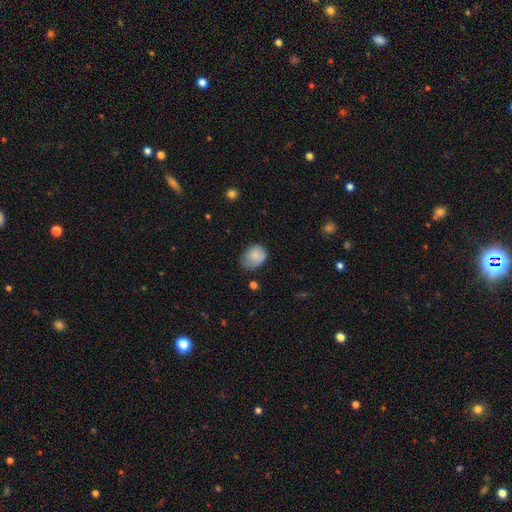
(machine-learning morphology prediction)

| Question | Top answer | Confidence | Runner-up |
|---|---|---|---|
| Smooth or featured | smooth | 83% | featured or disk (8%) |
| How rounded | in between | 57% | round (42%) |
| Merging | none | 49% | minor disturbance (39%) |